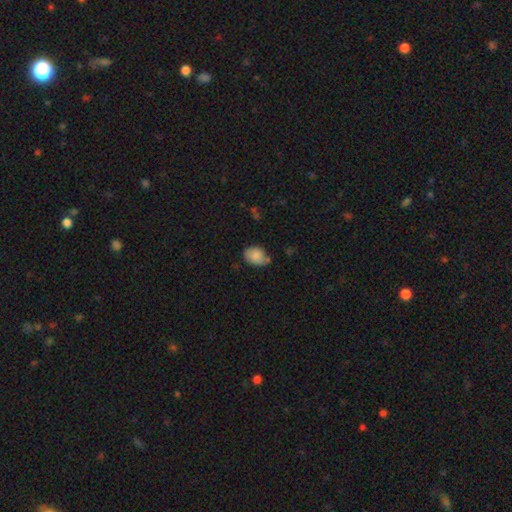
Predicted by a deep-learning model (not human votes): smooth 83%, featured or disk 9%, star or artifact 8%. Down the decision tree: how rounded — in between (71%); merging — none (60%).